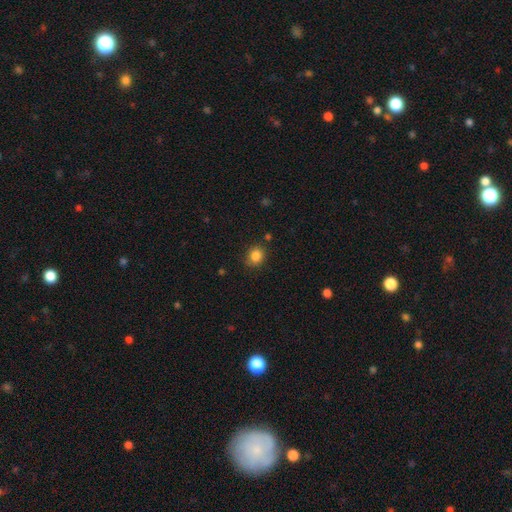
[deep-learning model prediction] smooth-or-featured: smooth: 85% | star or artifact: 11% | featured or disk: 4%
  how-rounded: round: 73% | in between: 26% | cigar-shaped: 1%
  merging: none: 83% | minor disturbance: 12% | major disturbance: 3% | merger: 2%